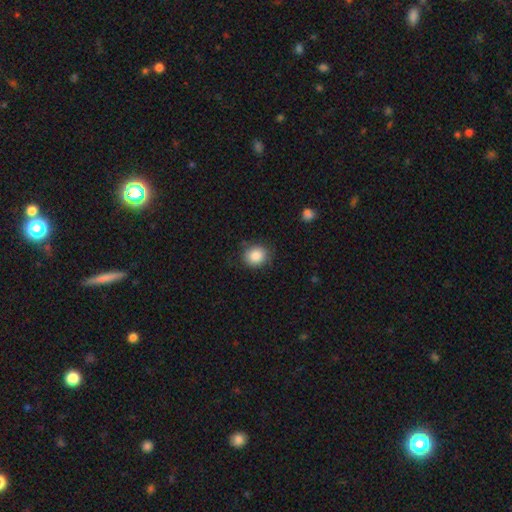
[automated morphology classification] smooth-or-featured: smooth: 86% | star or artifact: 9% | featured or disk: 5%
  how-rounded: round: 77% | in between: 22% | cigar-shaped: 1%
  merging: none: 83% | minor disturbance: 13% | major disturbance: 3% | merger: 1%